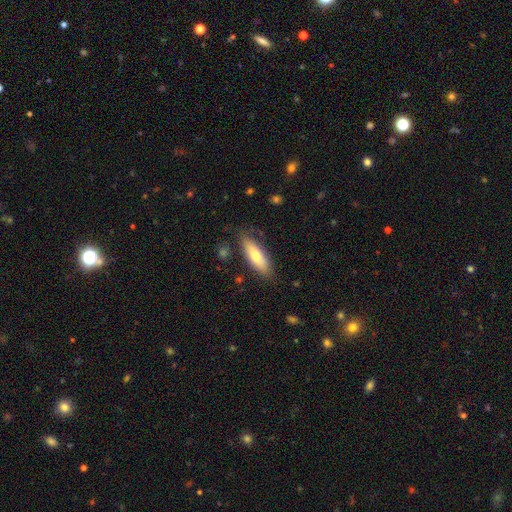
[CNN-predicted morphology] smooth 66%, featured or disk 27%, star or artifact 6%. Down the decision tree: how rounded — in between (59%); merging — none (81%).